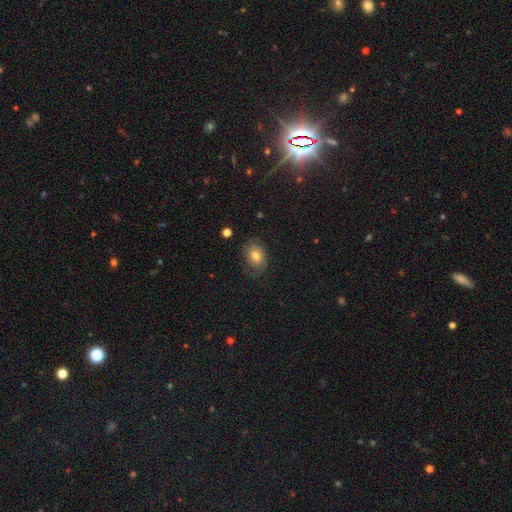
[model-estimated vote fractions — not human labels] Smooth or featured: smooth — 52% (featured or disk — 38%)
How rounded: in between — 73% (round — 25%)
Merging: none — 63% (minor disturbance — 22%)